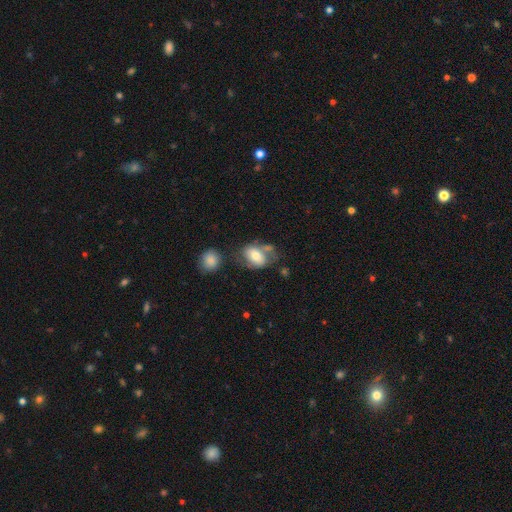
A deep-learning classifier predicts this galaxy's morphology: This is likely a smooth galaxy (65%). How rounded: likely in between (79%). Merging: possibly none (46%).